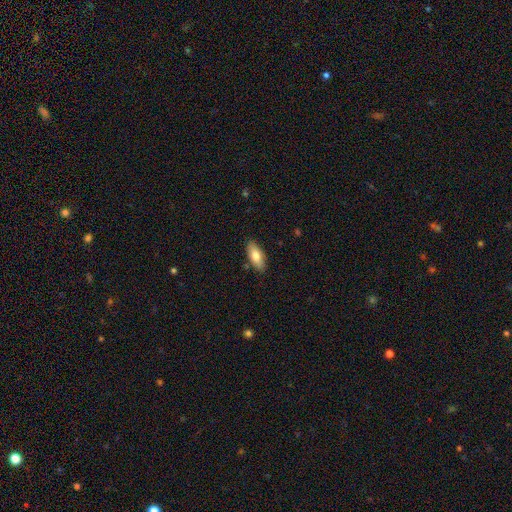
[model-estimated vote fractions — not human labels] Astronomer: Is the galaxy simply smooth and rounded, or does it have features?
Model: smooth — 77%.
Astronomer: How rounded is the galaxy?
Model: in between — 78%.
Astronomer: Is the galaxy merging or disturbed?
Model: none — 86%.